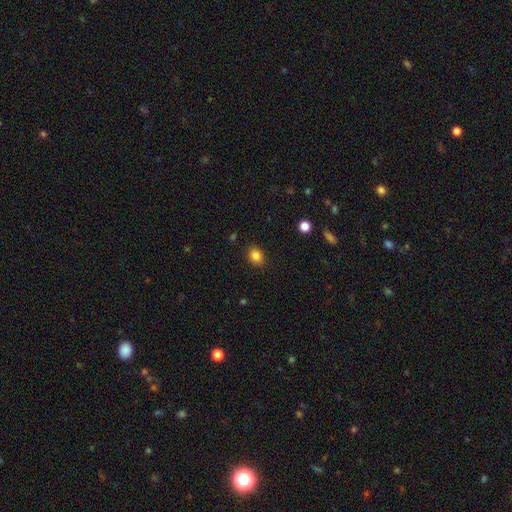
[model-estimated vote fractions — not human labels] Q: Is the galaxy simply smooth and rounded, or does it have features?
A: smooth — 85%.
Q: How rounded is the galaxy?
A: in between — 50%.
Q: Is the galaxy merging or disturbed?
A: none — 87%.